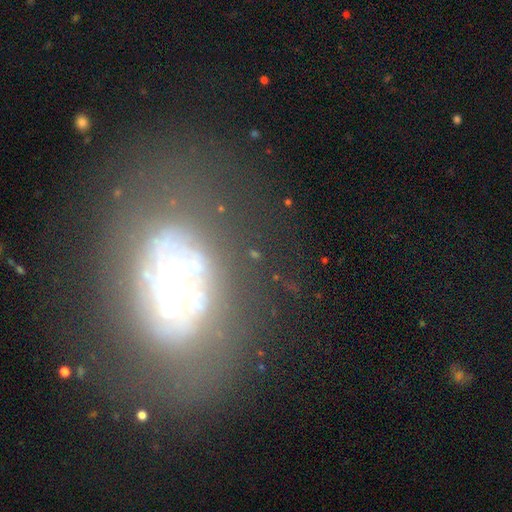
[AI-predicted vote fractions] A featured or disk galaxy (68%) with no bar (76%), spiral arms (63%) and a small central bulge (46%).

Vote fractions:
- Smooth or featured? featured or disk: 68% / smooth: 16% / star or artifact: 15%
- Edge-on disk? no: 93% / yes: 7%
- Bar? no: 76% / weak: 17% / strong: 7%
- Spiral arms? yes: 63% / no: 37%
- Bulge size? small: 46% / moderate: 45% / large: 5% / none: 3% / dominant: 2%
- Merging? none: 59% / minor disturbance: 20% / major disturbance: 18% / merger: 4%